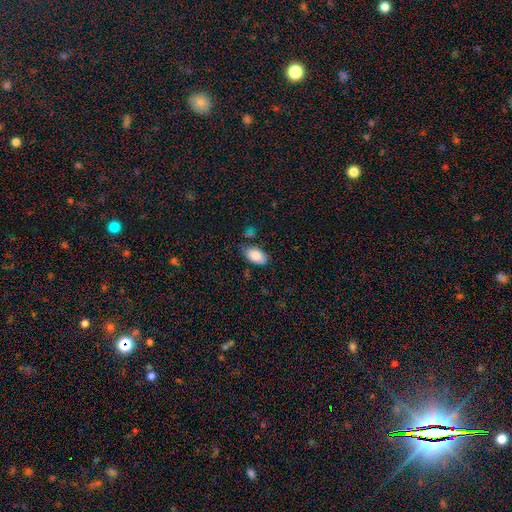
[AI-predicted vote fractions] A smooth galaxy with no disk features (85%) that is in between round and cigar-shaped (94%). Merging: none (73%).